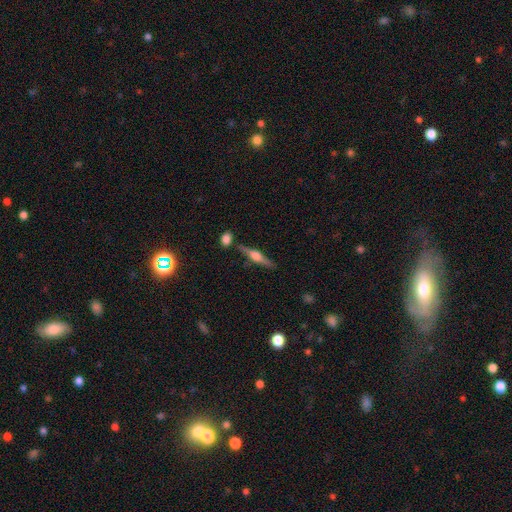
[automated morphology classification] A featured or disk galaxy (70%) viewed edge-on (97%) with a rounded central bulge (88%).

Vote fractions:
- Smooth or featured? featured or disk: 70% / smooth: 24% / star or artifact: 6%
- Edge-on disk? yes: 97% / no: 3%
- Edge-on bulge? rounded: 88% / boxy: 9% / none: 3%
- Merging? none: 79% / minor disturbance: 10% / merger: 7% / major disturbance: 3%